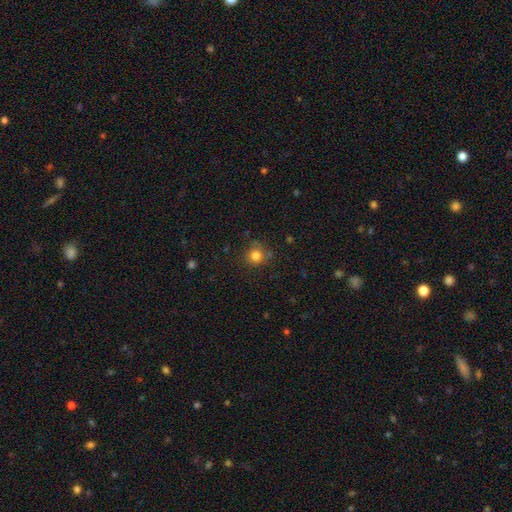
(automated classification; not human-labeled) Overall: smooth (82%). How rounded: round (90%). Merging: none (77%).